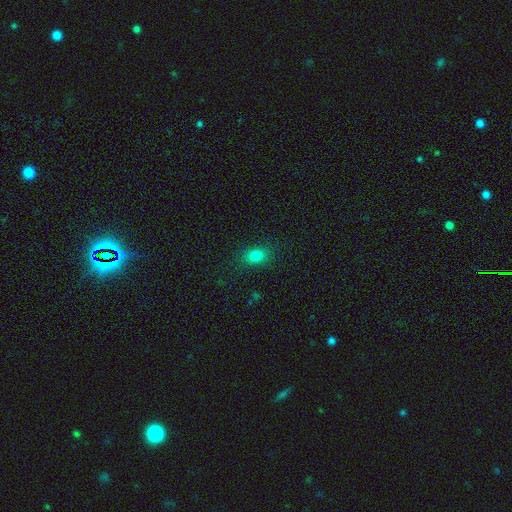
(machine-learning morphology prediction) A smooth galaxy with no disk features (81%) that is in between round and cigar-shaped (71%). Merging: none (86%).